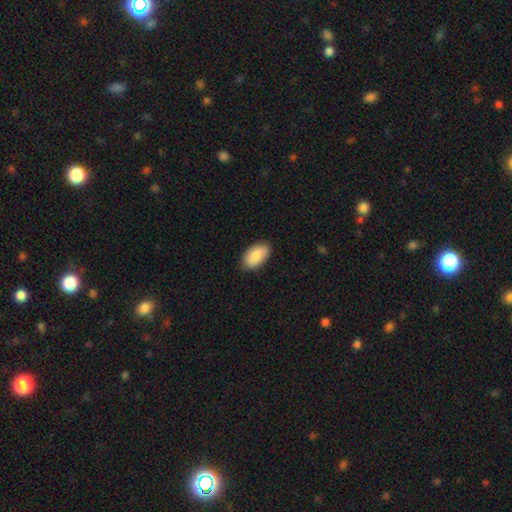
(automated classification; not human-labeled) The model was most divided on "merging": none: 88%, minor disturbance: 10%, major disturbance: 2%, merger: 1%. More confident: how rounded — in between (95%); smooth or featured — smooth (88%).